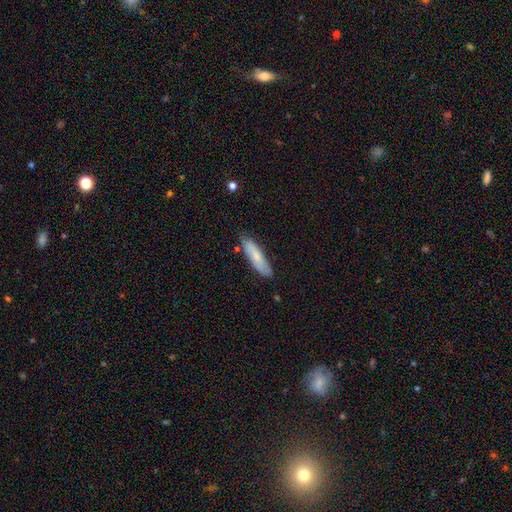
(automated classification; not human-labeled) Smooth or featured? Predicted: smooth (p=0.71). How rounded? Predicted: cigar-shaped (p=0.71). Merging? Predicted: none (p=0.78).